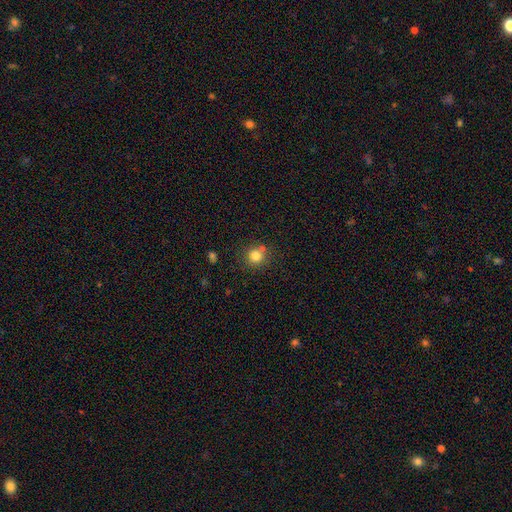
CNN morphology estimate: The model was most divided on "merging": none: 70%, merger: 16%, minor disturbance: 10%, major disturbance: 3%. More confident: how rounded — round (90%); smooth or featured — smooth (80%).